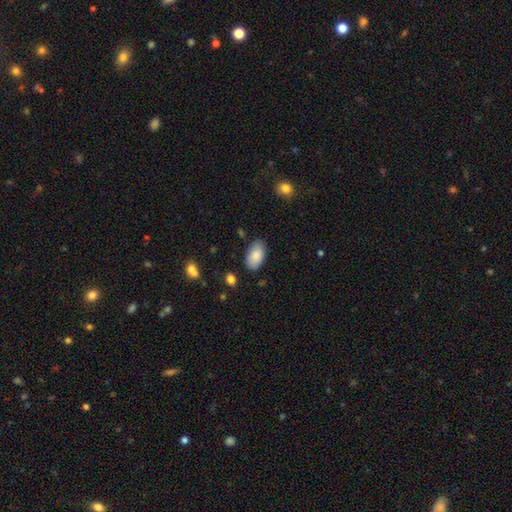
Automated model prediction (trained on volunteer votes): Morphology: type=smooth (85%); roundness=in between (94%); merging=none (79%).